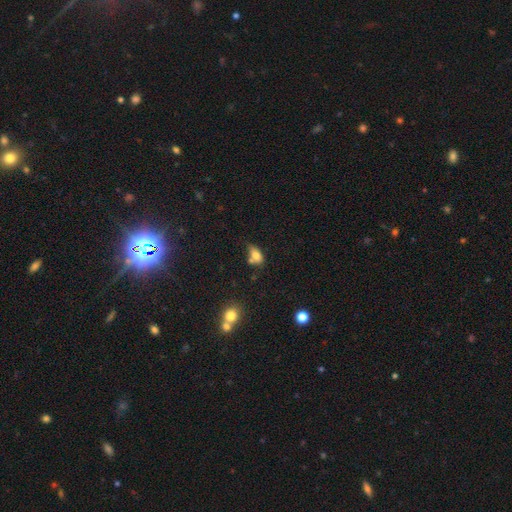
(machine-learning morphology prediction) Smooth or featured: smooth — 77% (featured or disk — 14%)
How rounded: in between — 84% (round — 11%)
Merging: none — 40% (merger — 27%)